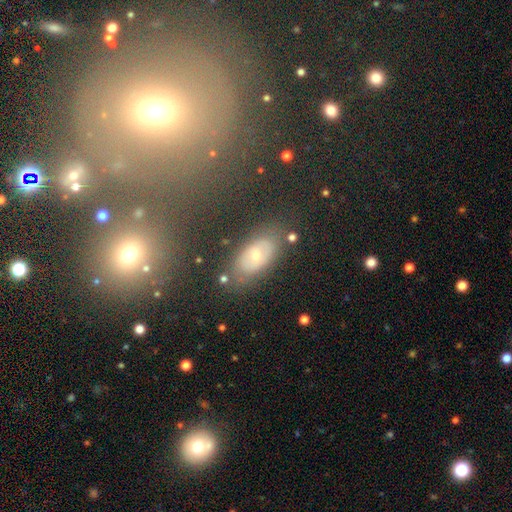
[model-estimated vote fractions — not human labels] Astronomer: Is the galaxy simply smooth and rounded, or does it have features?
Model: smooth — 47% (runner-up: featured or disk, 38%).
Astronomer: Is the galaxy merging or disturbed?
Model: none — 78%.